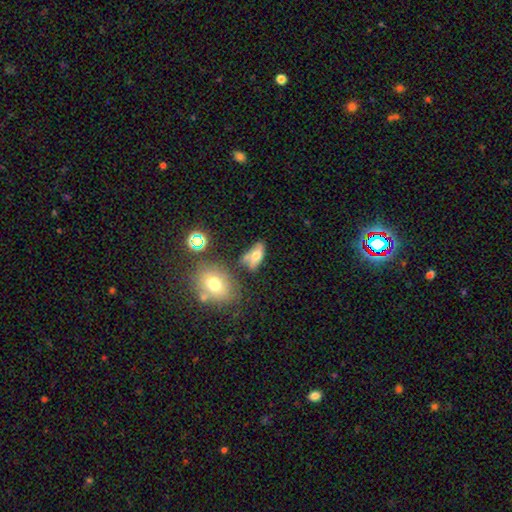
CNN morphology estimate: The model was most divided on "merging": none: 48%, minor disturbance: 22%, merger: 19%, major disturbance: 11%. More confident: how rounded — in between (81%); smooth or featured — smooth (62%).